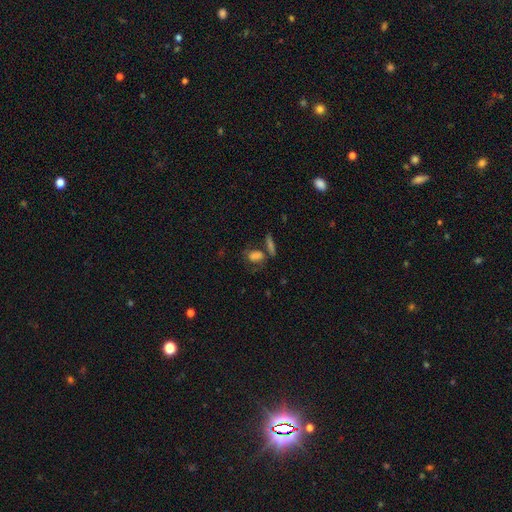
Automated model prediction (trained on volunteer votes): Smooth or featured?
  - smooth: 70% *
  - star or artifact: 15%
  - featured or disk: 14%
How rounded?
  - in between: 74% *
  - round: 15%
  - cigar-shaped: 11%
Merging?
  - none: 51% *
  - merger: 24%
  - minor disturbance: 16%
  - major disturbance: 9%